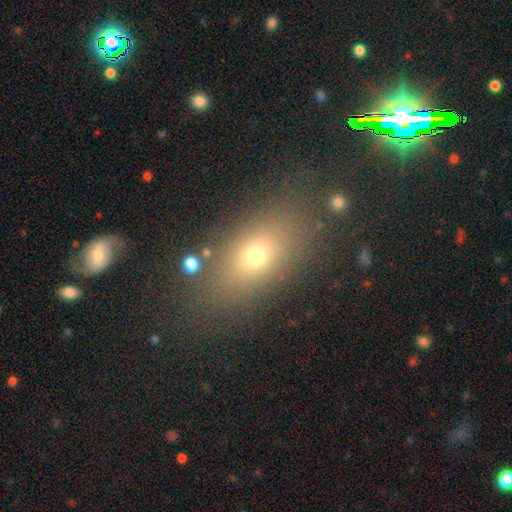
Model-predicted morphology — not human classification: smooth 69%, star or artifact 15%, featured or disk 15%. Down the decision tree: how rounded — in between (76%); merging — none (80%).